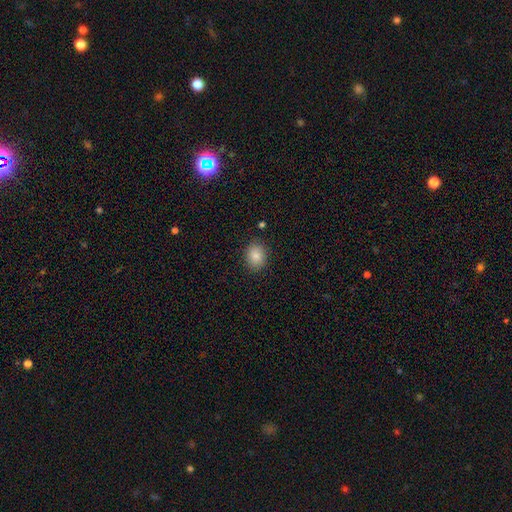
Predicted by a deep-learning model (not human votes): A smooth galaxy with no disk features (86%) that is round (52%).

Vote fractions:
- Smooth or featured? smooth: 86% / star or artifact: 9% / featured or disk: 5%
- How rounded? round: 52% / in between: 47% / cigar-shaped: 1%
- Merging? none: 87% / minor disturbance: 9% / major disturbance: 3% / merger: 1%